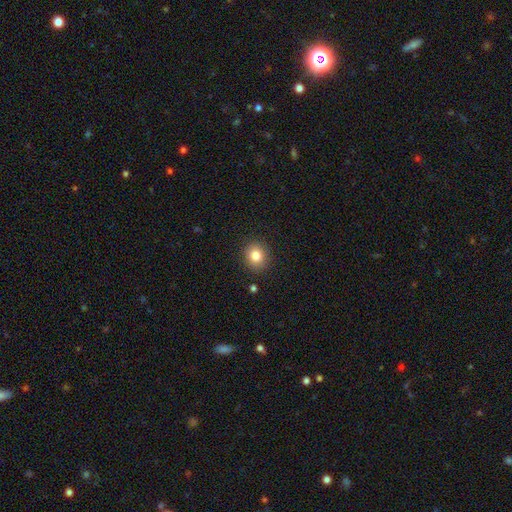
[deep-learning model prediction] This is clearly a smooth galaxy (83%). How rounded: likely round (76%). Merging: clearly none (89%).